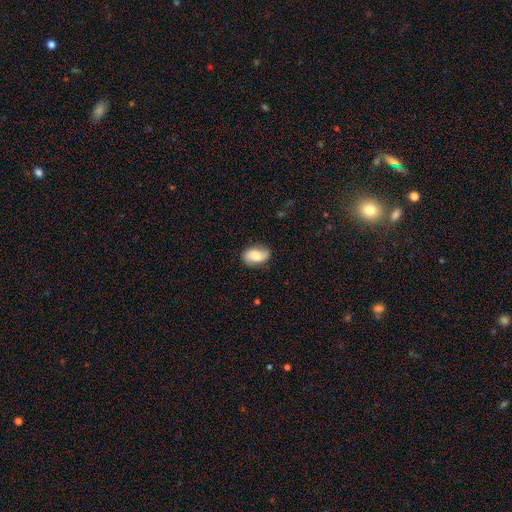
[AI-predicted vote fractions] This appears to be a smooth galaxy with no disk features (65%) that is in between round and cigar-shaped (89%). Merging: none (79%).